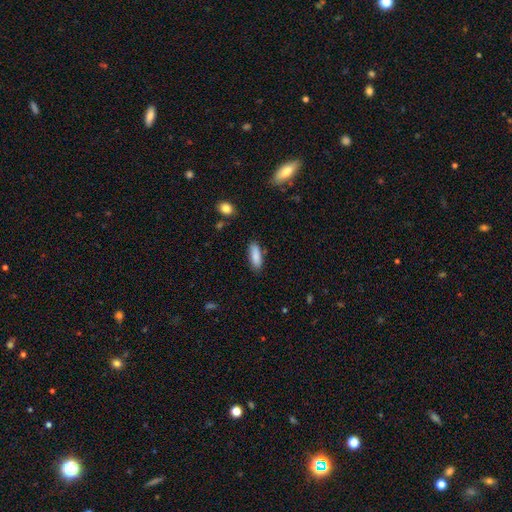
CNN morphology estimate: Smooth or featured? smooth (87%)
How rounded? in between (59%)
Merging? none (83%)